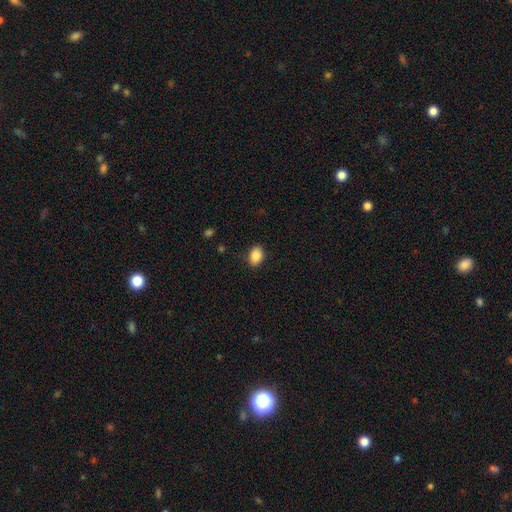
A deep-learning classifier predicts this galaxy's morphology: A smooth galaxy with no disk features (87%) that is in between round and cigar-shaped (80%).

Vote fractions:
- Smooth or featured? smooth: 87% / star or artifact: 8% / featured or disk: 5%
- How rounded? in between: 80% / round: 19% / cigar-shaped: 1%
- Merging? none: 86% / minor disturbance: 10% / major disturbance: 2% / merger: 1%